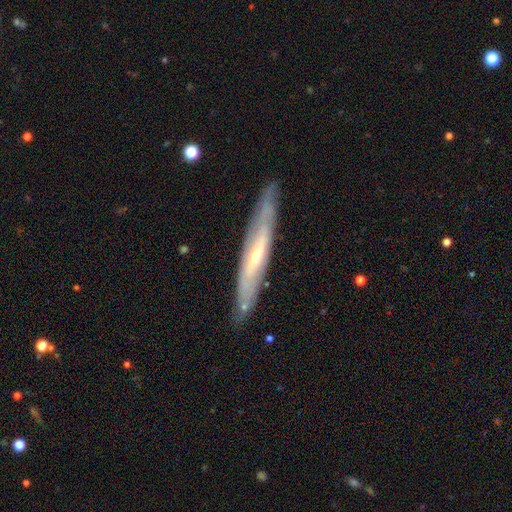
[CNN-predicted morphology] featured or disk 71%, smooth 23%, star or artifact 6%. Down the decision tree: edge-on disk — yes (68%); merging — none (82%).